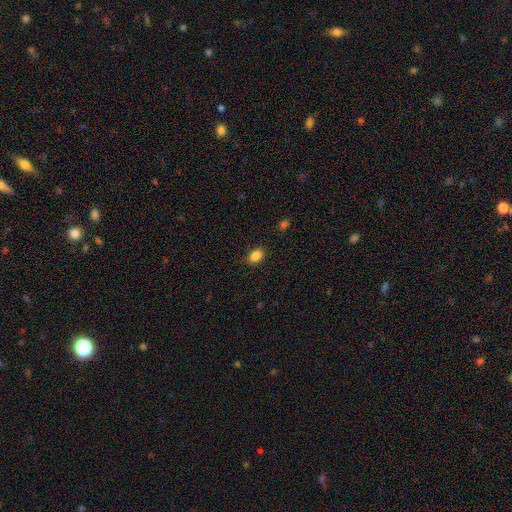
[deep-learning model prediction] Overall: smooth (87%). How rounded: in between (79%). Merging: none (86%).